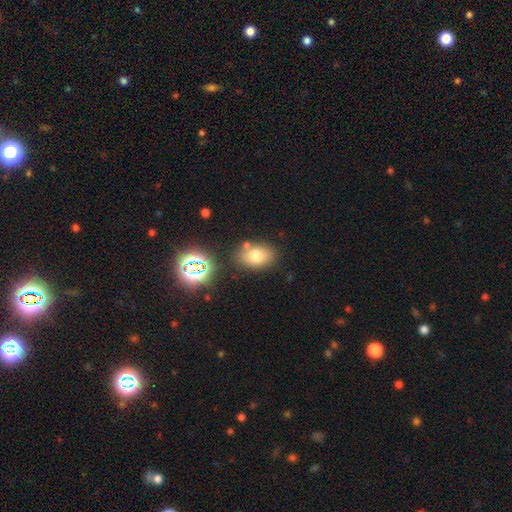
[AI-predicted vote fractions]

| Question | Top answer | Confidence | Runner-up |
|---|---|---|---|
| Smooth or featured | smooth | 72% | star or artifact (14%) |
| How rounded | in between | 82% | round (17%) |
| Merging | none | 75% | minor disturbance (13%) |